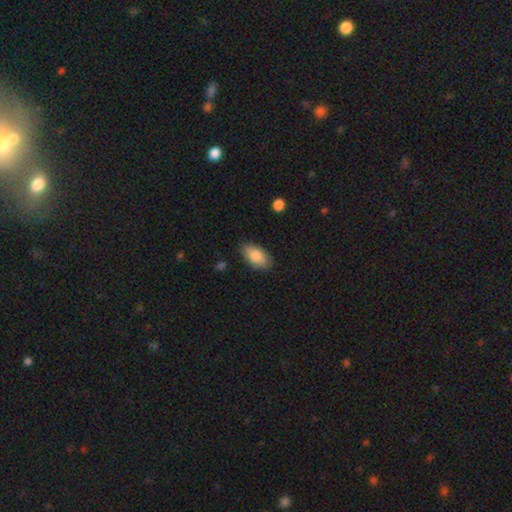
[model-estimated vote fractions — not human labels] Smooth or featured? smooth (86%)
How rounded? in between (94%)
Merging? none (84%)